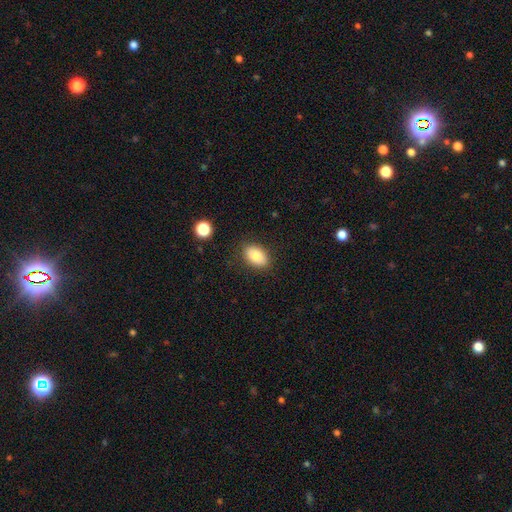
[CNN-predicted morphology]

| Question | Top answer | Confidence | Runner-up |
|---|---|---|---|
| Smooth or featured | smooth | 84% | star or artifact (8%) |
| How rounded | in between | 90% | round (8%) |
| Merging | none | 85% | minor disturbance (10%) |